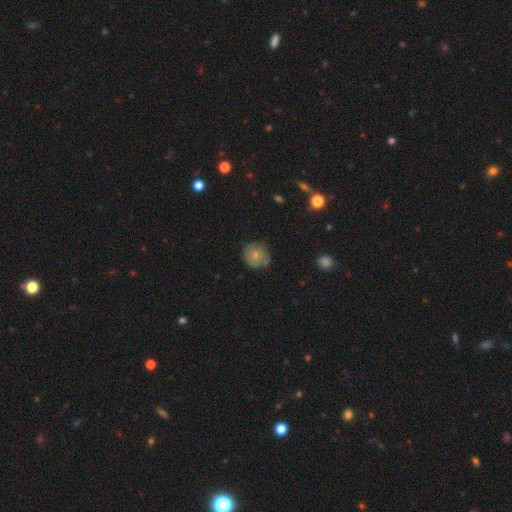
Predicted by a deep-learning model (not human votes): Smooth or featured? smooth (71%)
How rounded? round (88%)
Merging? none (65%)